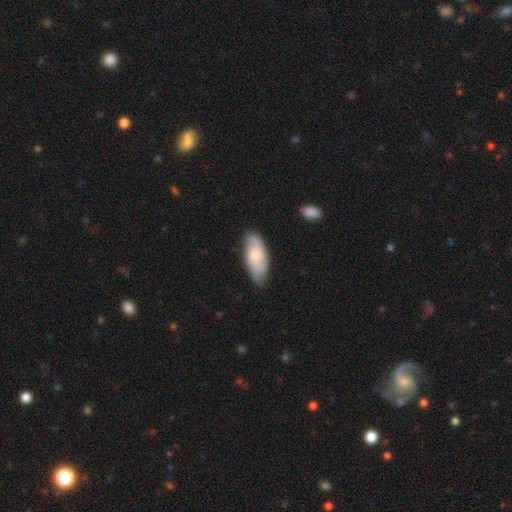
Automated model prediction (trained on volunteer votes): Smooth or featured? Predicted: smooth (p=0.51). How rounded? Predicted: in between (p=0.86). Merging? Predicted: none (p=0.71).